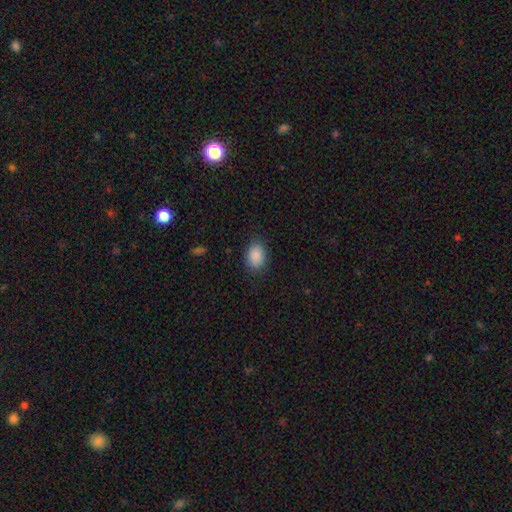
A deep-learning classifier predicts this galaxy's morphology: This is clearly a smooth galaxy (89%). How rounded: likely in between (78%). Merging: clearly none (85%).